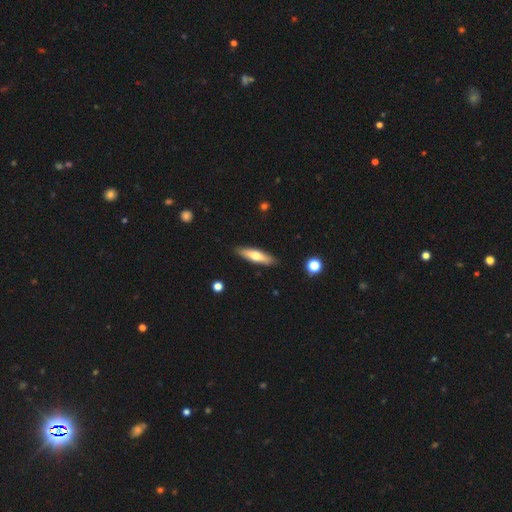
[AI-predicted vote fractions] This is possibly a smooth galaxy (58%). How rounded: likely cigar-shaped (71%). Merging: clearly none (89%).